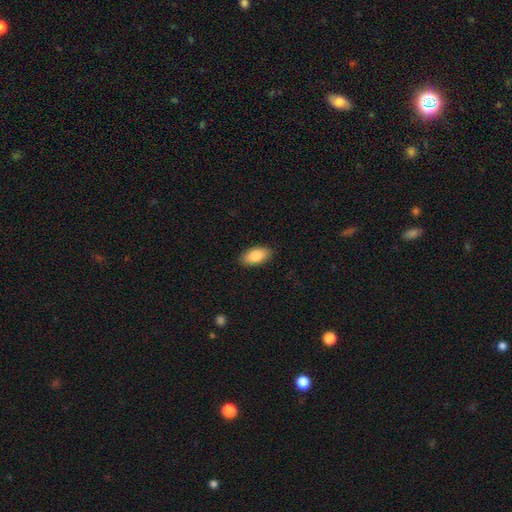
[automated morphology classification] smooth 85%, featured or disk 9%, star or artifact 6%. Down the decision tree: how rounded — in between (93%); merging — none (89%).